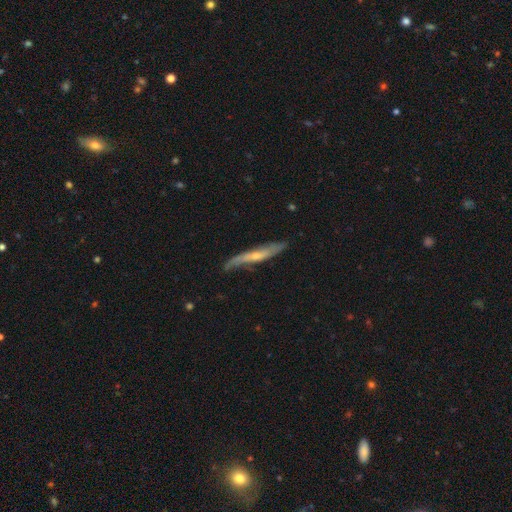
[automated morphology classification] Q: Smooth or featured?
A: featured or disk (65%); runner-up: smooth (29%)
Q: Edge-on disk?
A: yes (66%); runner-up: no (34%)
Q: Merging?
A: none (69%); runner-up: minor disturbance (23%)